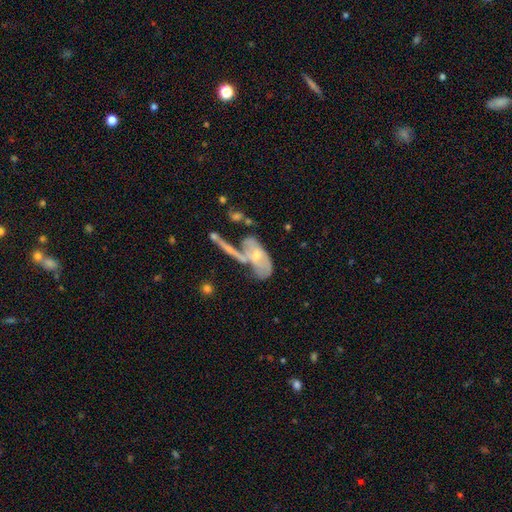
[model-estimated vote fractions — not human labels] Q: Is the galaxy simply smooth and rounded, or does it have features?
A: featured or disk — 54%.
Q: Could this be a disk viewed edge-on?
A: no — 84%.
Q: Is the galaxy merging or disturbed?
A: merger — 42%.